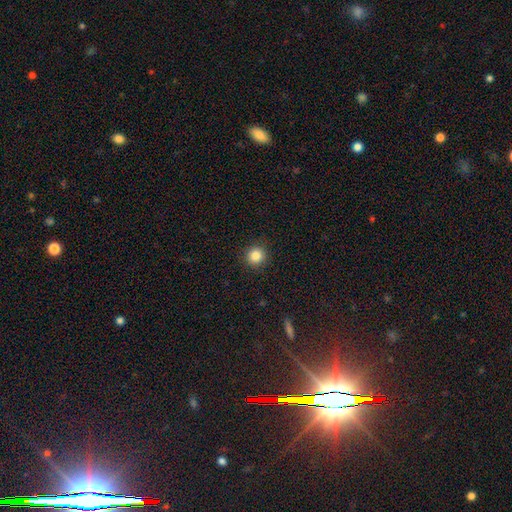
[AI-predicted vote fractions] Morphology: type=smooth (84%); roundness=round (94%); merging=none (92%).